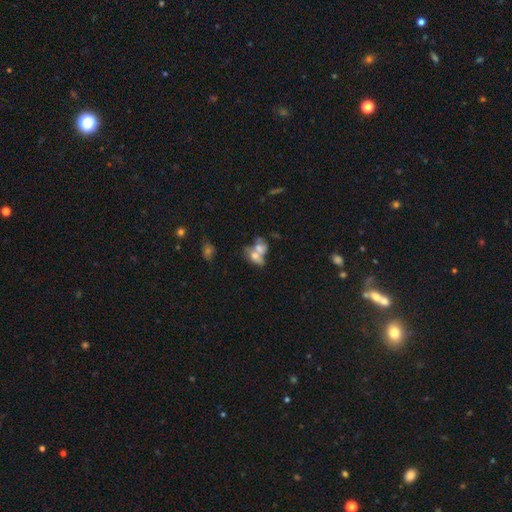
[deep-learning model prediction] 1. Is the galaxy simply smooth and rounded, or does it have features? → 59% smooth, 29% featured or disk, 12% star or artifact.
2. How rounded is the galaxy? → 69% in between, 28% round, 3% cigar-shaped.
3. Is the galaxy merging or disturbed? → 67% merger, 18% none, 8% minor disturbance, 7% major disturbance.